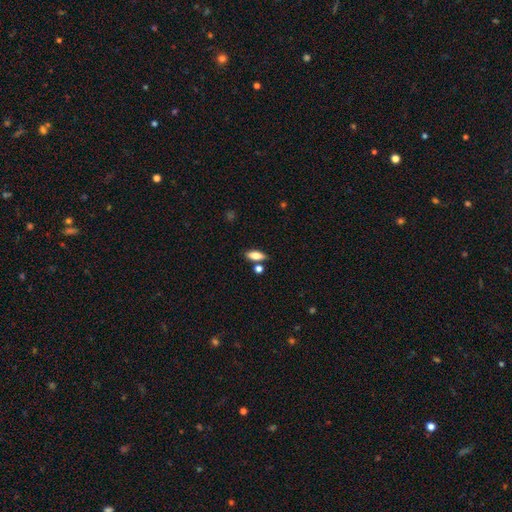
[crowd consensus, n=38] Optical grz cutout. It shows a smooth galaxy with no disk features (74%) that is in between round and cigar-shaped (93%). Merging: none (58%).